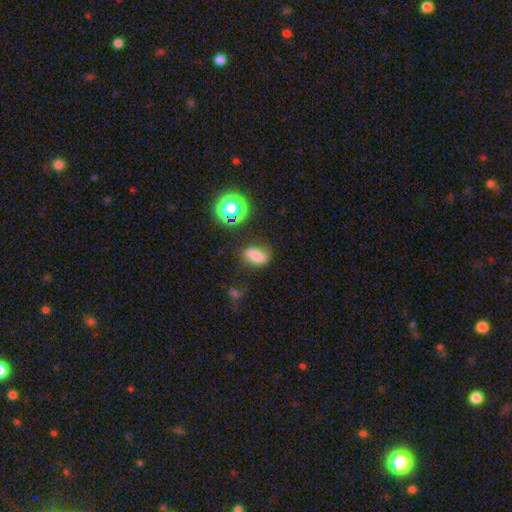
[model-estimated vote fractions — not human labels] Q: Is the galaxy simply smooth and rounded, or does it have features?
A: smooth — 70%.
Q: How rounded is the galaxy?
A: in between — 77%.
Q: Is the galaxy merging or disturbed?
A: none — 70%.